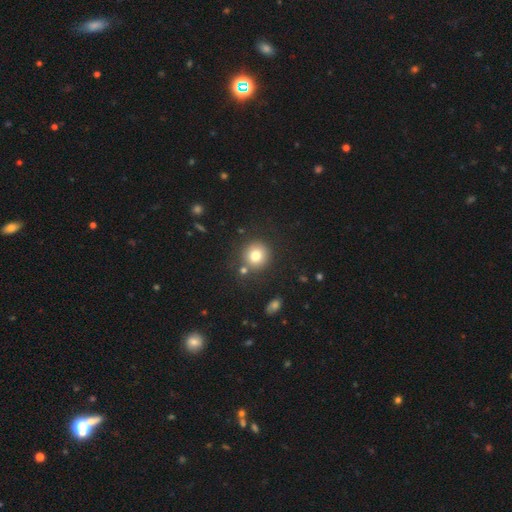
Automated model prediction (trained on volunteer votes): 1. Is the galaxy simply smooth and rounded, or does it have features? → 78% smooth, 12% star or artifact, 10% featured or disk.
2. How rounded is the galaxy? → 90% round, 9% in between, 1% cigar-shaped.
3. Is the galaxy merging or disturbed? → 79% none, 9% minor disturbance, 8% merger, 4% major disturbance.